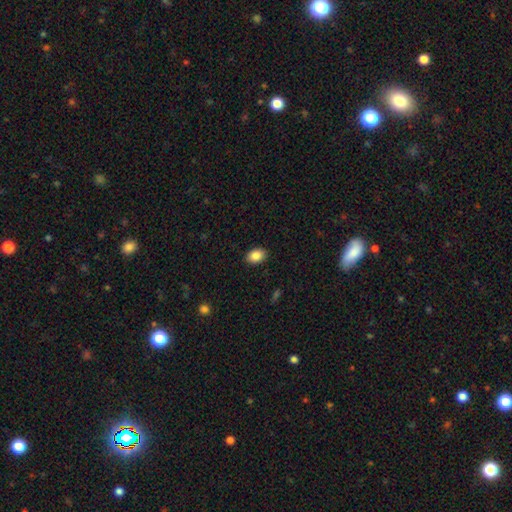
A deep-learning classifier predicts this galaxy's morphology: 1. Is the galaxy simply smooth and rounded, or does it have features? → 86% smooth, 8% star or artifact, 6% featured or disk.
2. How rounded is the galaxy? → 79% in between, 20% round, 1% cigar-shaped.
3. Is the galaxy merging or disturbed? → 90% none, 8% minor disturbance, 2% major disturbance, 1% merger.